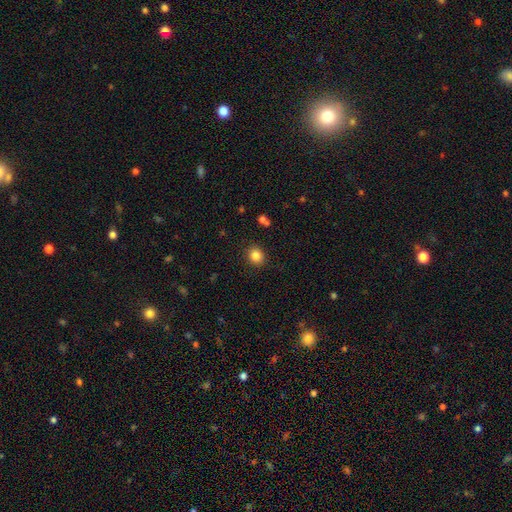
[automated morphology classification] type=smooth (84%); roundness=round (80%); merging=none (89%).